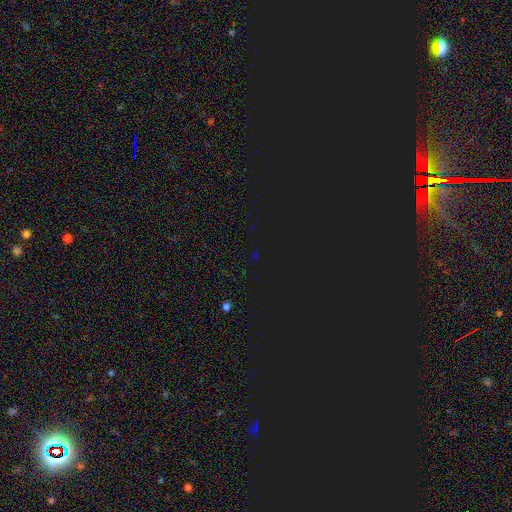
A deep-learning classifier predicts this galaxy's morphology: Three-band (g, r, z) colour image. It shows a star or artifact, not a galaxy (78%).